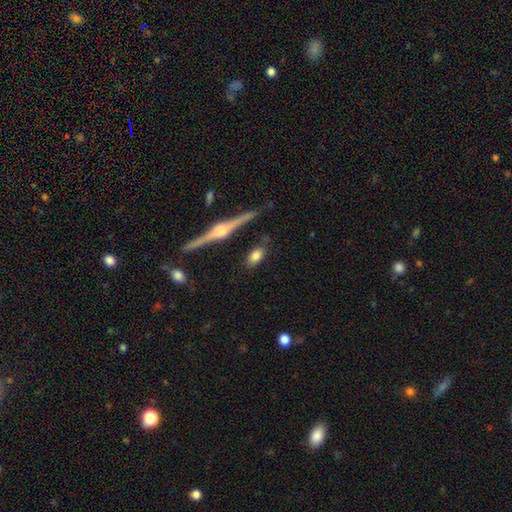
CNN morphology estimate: smooth 70%, featured or disk 22%, star or artifact 8%. Down the decision tree: how rounded — in between (82%); merging — none (81%).